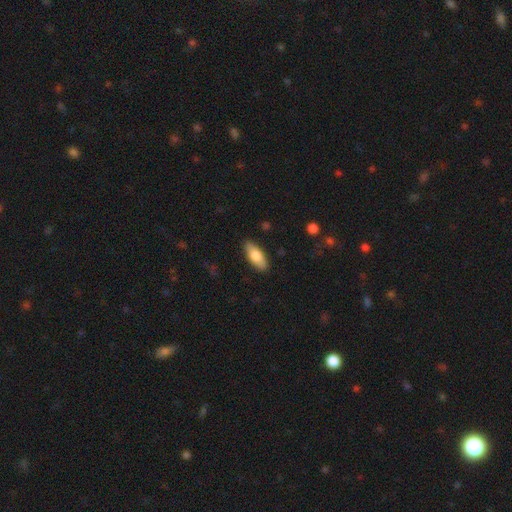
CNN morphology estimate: smooth_or_featured: smooth (p=0.77) [alt: featured or disk p=0.17]
how_rounded: in between (p=0.78) [alt: cigar-shaped p=0.20]
merging: none (p=0.88) [alt: minor disturbance p=0.09]